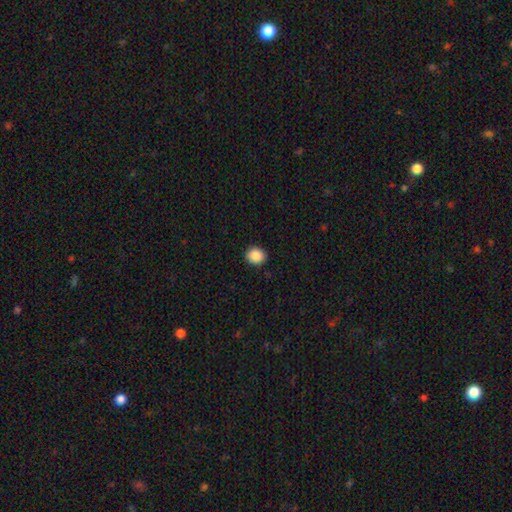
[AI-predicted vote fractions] This is clearly a smooth galaxy (88%). How rounded: clearly round (81%). Merging: clearly none (91%).